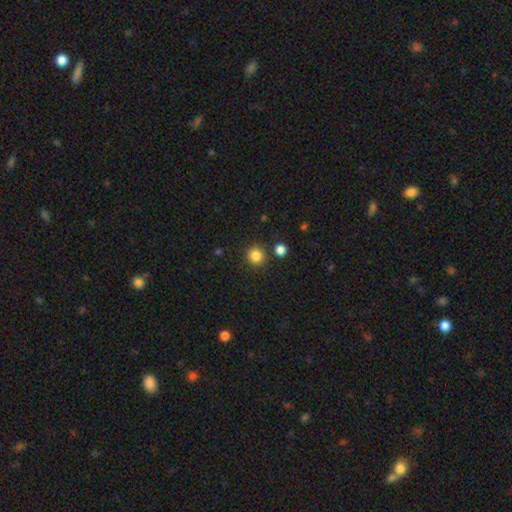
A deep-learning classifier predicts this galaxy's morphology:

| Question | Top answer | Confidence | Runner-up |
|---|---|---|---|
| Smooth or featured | smooth | 85% | star or artifact (12%) |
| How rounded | round | 93% | in between (6%) |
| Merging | none | 87% | minor disturbance (6%) |